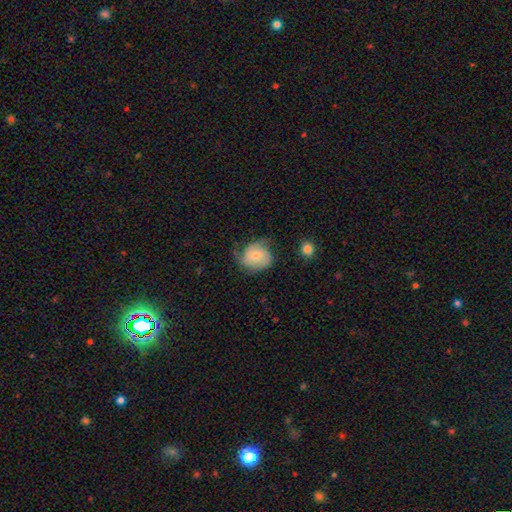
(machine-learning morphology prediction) smooth-or-featured: smooth: 54% | featured or disk: 39% | star or artifact: 7%
  how-rounded: round: 72% | in between: 27% | cigar-shaped: 1%
  merging: none: 48% | minor disturbance: 34% | major disturbance: 15% | merger: 2%